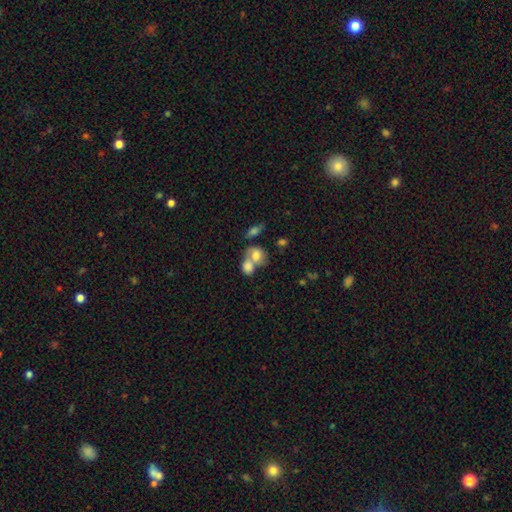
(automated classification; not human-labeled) Morphology: type=smooth (76%); roundness=round (49%, tied with in between); merging=merger (61%).